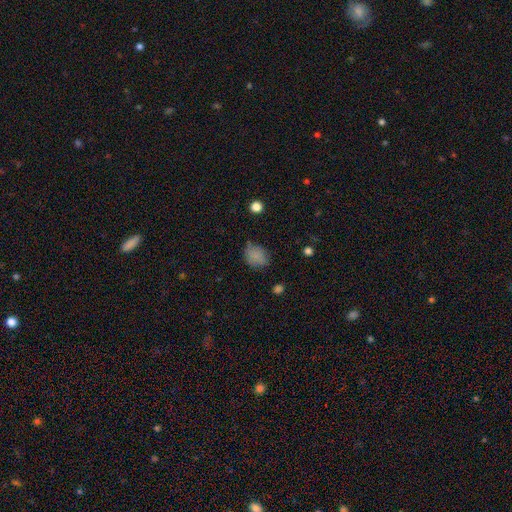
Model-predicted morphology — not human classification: A smooth galaxy with no disk features (80%) that is in between round and cigar-shaped (60%). Merging: none (60%).